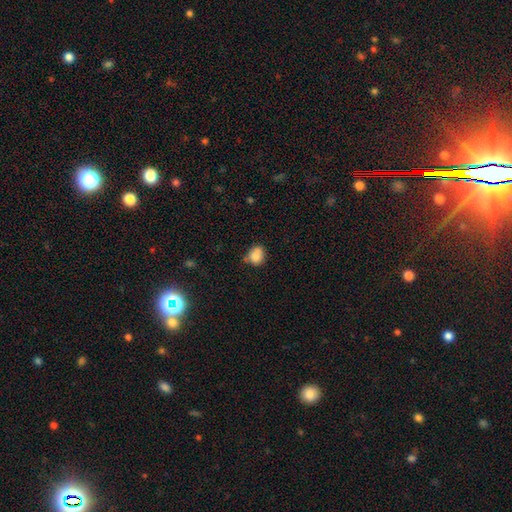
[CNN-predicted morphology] The model was most divided on "merging": none: 54%, minor disturbance: 31%, merger: 8%, major disturbance: 7%. More confident: smooth or featured — smooth (81%); how rounded — round (64%).